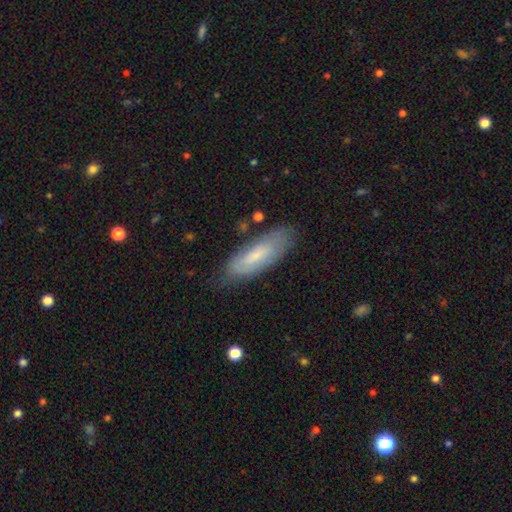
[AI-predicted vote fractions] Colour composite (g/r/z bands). It shows a smooth galaxy with no disk features (63%) that is in between round and cigar-shaped (60%). Merging: none (73%).